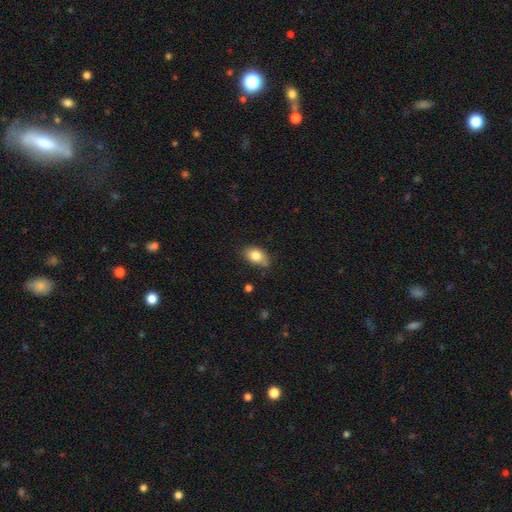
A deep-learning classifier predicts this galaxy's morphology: Smooth or featured?
  - smooth: 82% *
  - featured or disk: 9%
  - star or artifact: 8%
How rounded?
  - in between: 85% *
  - round: 13%
  - cigar-shaped: 2%
Merging?
  - none: 70% *
  - minor disturbance: 23%
  - major disturbance: 4%
  - merger: 3%